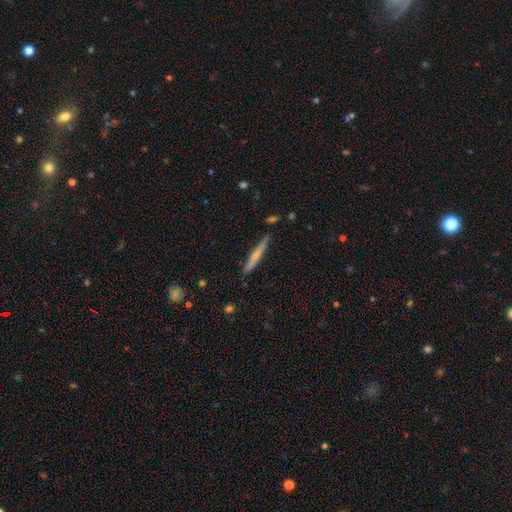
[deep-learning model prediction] The model was most divided on "smooth or featured": smooth: 57%, featured or disk: 37%, star or artifact: 6%. More confident: how rounded — cigar-shaped (96%); merging — none (88%).